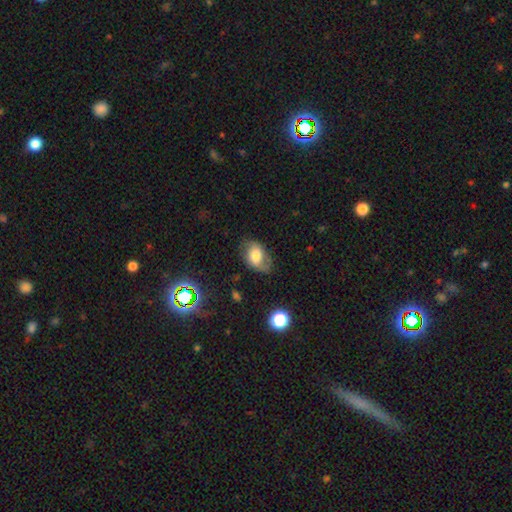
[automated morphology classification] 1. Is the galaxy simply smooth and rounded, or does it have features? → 56% smooth, 33% featured or disk, 10% star or artifact.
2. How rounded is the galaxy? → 82% in between, 17% round, 1% cigar-shaped.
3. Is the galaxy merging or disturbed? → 60% none, 26% minor disturbance, 12% major disturbance, 2% merger.